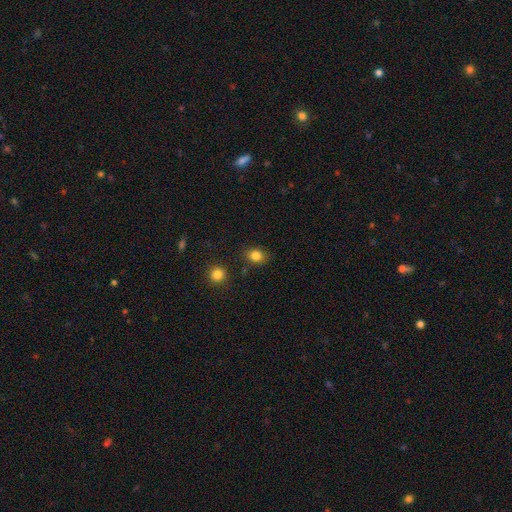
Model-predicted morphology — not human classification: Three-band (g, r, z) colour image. It shows a smooth galaxy with no disk features (83%) that is round (62%). Merging: none (82%).